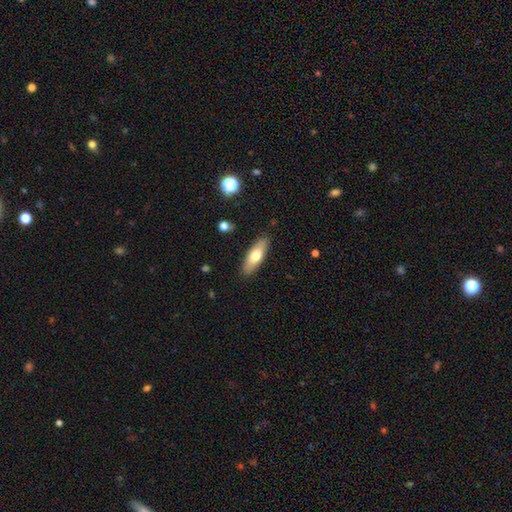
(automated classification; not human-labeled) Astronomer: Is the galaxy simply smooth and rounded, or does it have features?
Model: smooth — 68%.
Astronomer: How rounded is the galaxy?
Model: in between — 56% (runner-up: cigar-shaped, 41%).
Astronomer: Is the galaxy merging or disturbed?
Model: none — 88%.